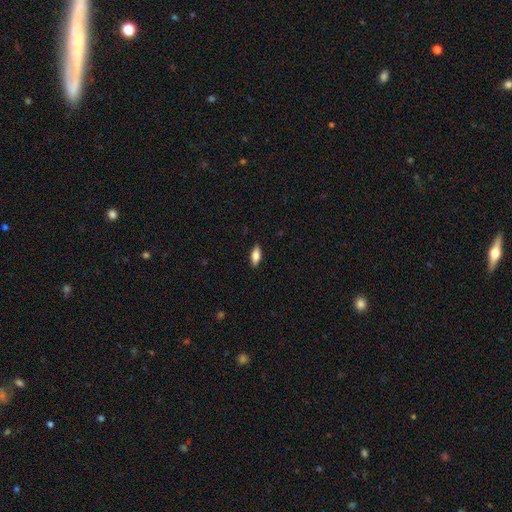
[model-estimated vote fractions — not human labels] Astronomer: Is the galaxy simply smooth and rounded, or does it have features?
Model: smooth — 77%.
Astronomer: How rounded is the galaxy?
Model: in between — 80%.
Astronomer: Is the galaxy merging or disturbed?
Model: none — 88%.